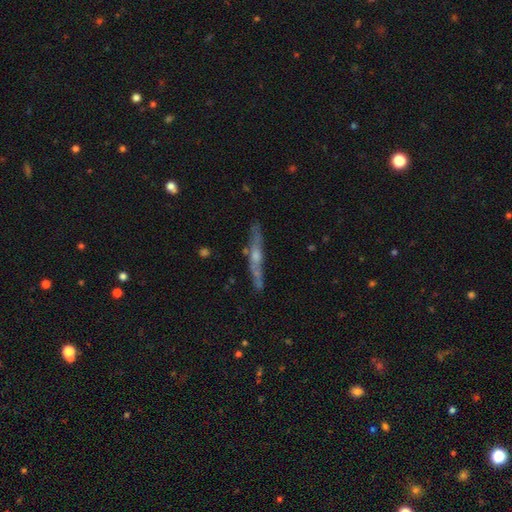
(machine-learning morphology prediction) A featured or disk galaxy (71%) viewed edge-on (89%) with a rounded central bulge (74%). Merging: none (79%).